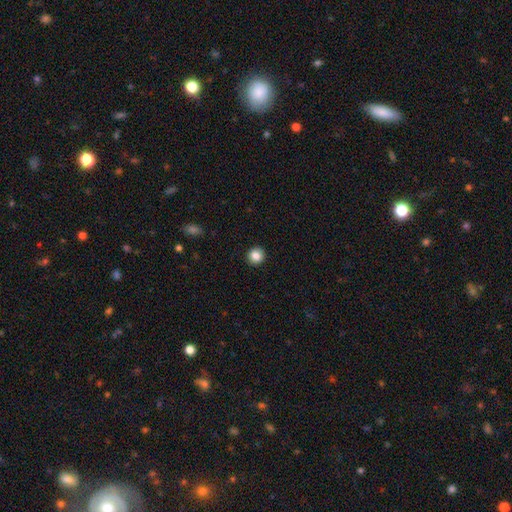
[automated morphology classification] smooth 85%, star or artifact 10%, featured or disk 5%. Down the decision tree: how rounded — round (90%); merging — none (93%).